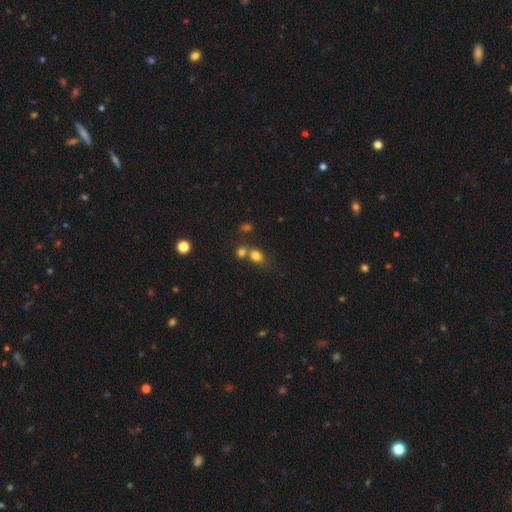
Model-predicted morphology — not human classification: smooth_or_featured: smooth (p=0.79) [alt: star or artifact p=0.13]
how_rounded: round (p=0.50) [alt: in between p=0.48]
merging: none (p=0.50) [alt: merger p=0.35]